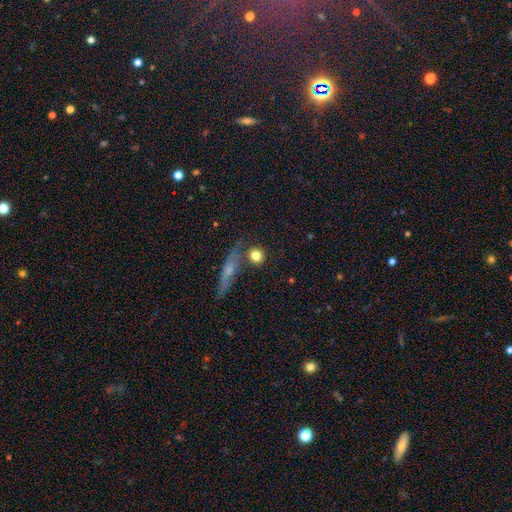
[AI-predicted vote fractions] This appears to be a smooth galaxy with no disk features (80%) that is round (84%). Merging: none (73%).